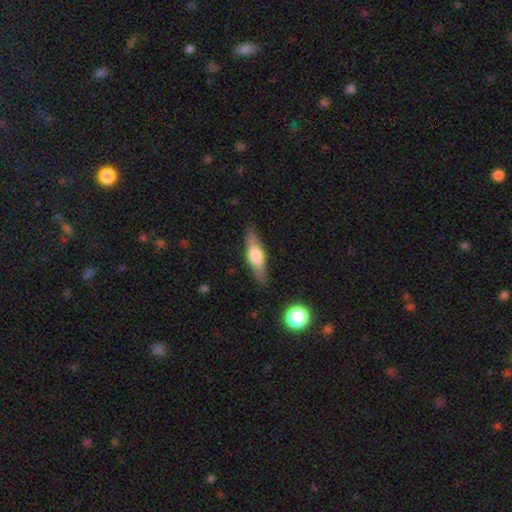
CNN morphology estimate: Q: Smooth or featured?
A: featured or disk (47%); tied with: smooth (47%)
Q: Merging?
A: none (82%); runner-up: minor disturbance (13%)